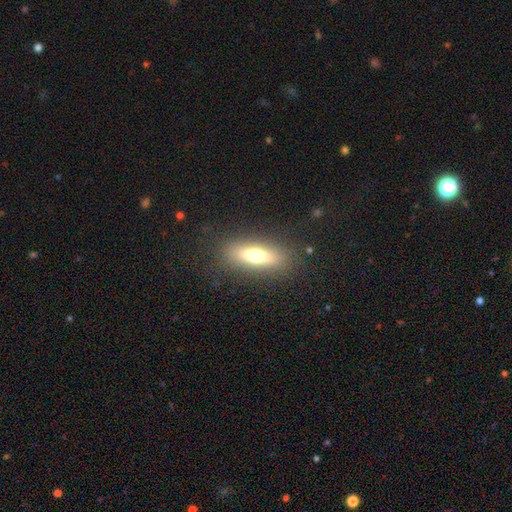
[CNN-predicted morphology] Q: Smooth or featured?
A: smooth (57%); runner-up: featured or disk (33%)
Q: How rounded?
A: in between (51%); runner-up: cigar-shaped (44%)
Q: Merging?
A: none (85%); runner-up: minor disturbance (9%)